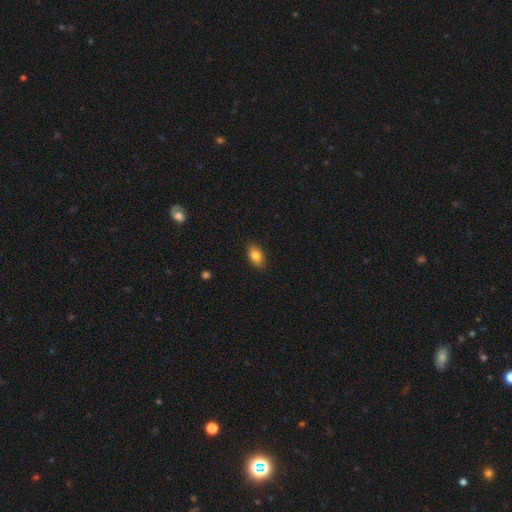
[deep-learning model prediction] smooth_or_featured: smooth (p=0.82) [alt: featured or disk p=0.11]
how_rounded: in between (p=0.89) [alt: round p=0.08]
merging: none (p=0.88) [alt: minor disturbance p=0.09]